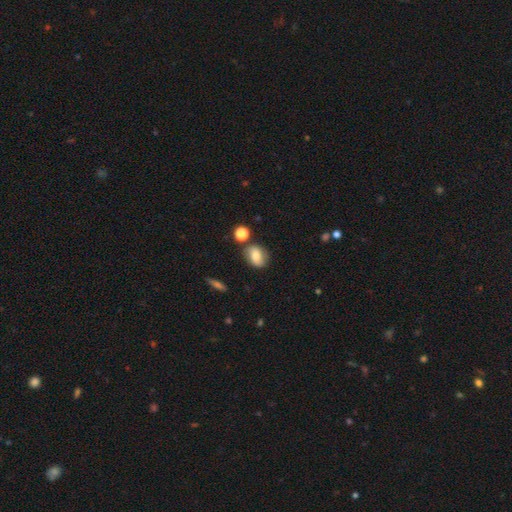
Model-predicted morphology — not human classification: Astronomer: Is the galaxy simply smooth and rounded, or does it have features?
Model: smooth — 67%.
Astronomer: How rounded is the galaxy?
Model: in between — 58% (runner-up: round, 40%).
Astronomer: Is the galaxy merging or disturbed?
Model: none — 74%.